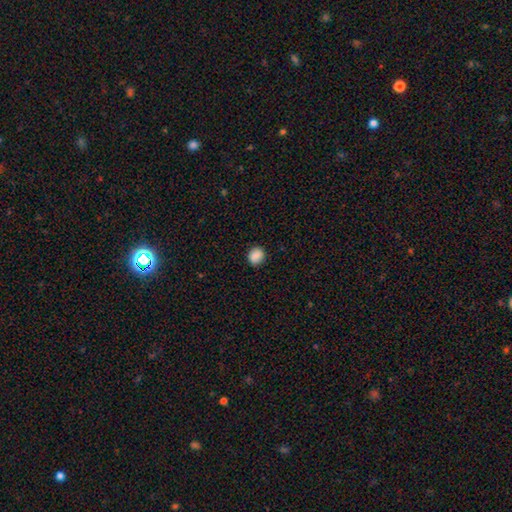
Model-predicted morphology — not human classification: A smooth galaxy with no disk features (88%) that is round (69%).

Vote fractions:
- Smooth or featured? smooth: 88% / star or artifact: 9% / featured or disk: 3%
- How rounded? round: 69% / in between: 30% / cigar-shaped: 1%
- Merging? none: 87% / minor disturbance: 9% / major disturbance: 2% / merger: 1%